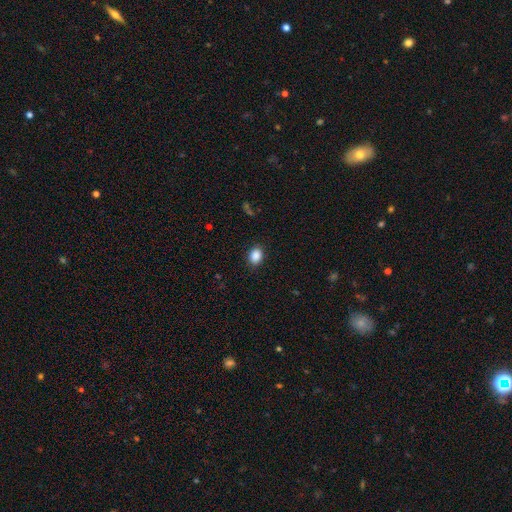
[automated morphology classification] Overall: smooth (88%). How rounded: in between (68%; round 31%). Merging: none (88%).